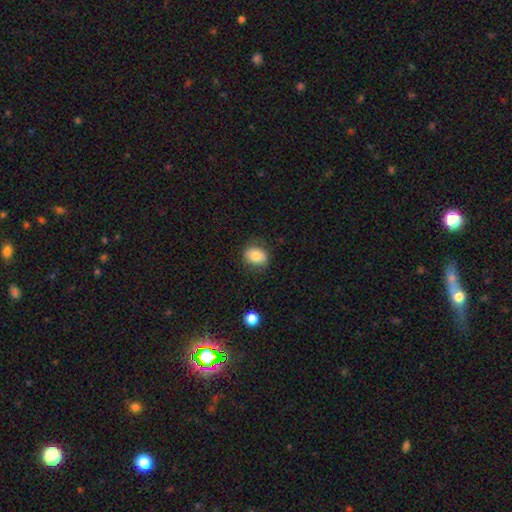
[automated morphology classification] This is clearly a smooth galaxy (81%). How rounded: possibly in between (53%). Merging: likely none (77%).